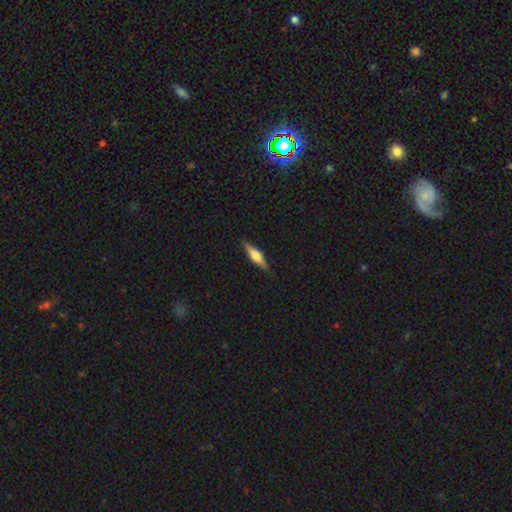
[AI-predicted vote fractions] The model was most divided on "smooth or featured": featured or disk: 59%, smooth: 35%, star or artifact: 6%. More confident: edge-on disk — yes (96%); merging — none (88%); edge-on bulge — rounded (85%).